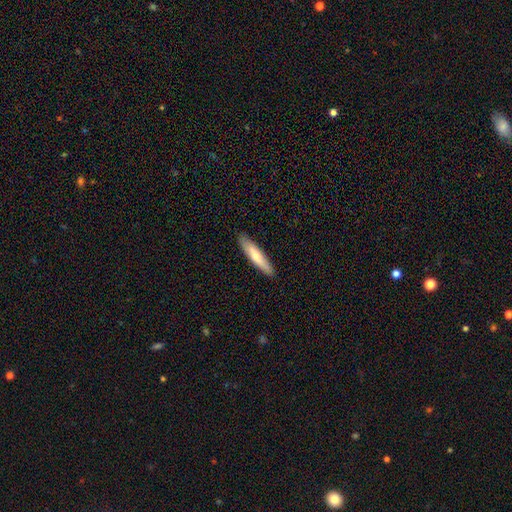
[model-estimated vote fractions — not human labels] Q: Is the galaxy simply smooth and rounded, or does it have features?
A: smooth — 61%.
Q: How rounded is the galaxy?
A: cigar-shaped — 83%.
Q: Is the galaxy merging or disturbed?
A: none — 89%.